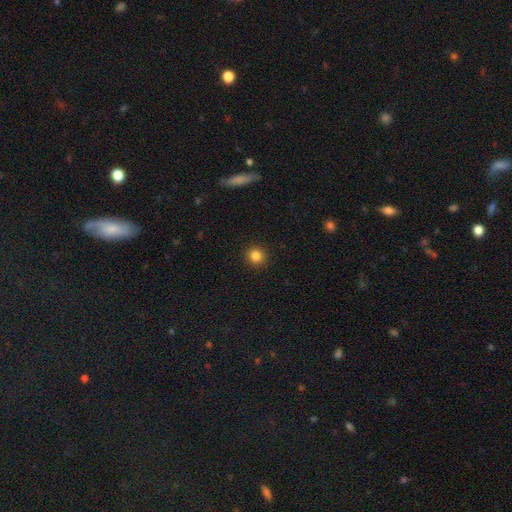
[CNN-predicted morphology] type=smooth (84%); roundness=round (92%); merging=none (92%).